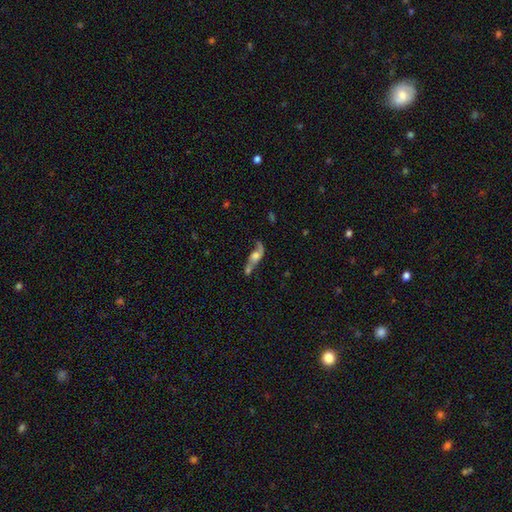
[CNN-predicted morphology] Smooth or featured? Predicted: featured or disk (p=0.64). Edge-on disk? Predicted: no (p=0.76). Merging? Predicted: merger (p=0.36).